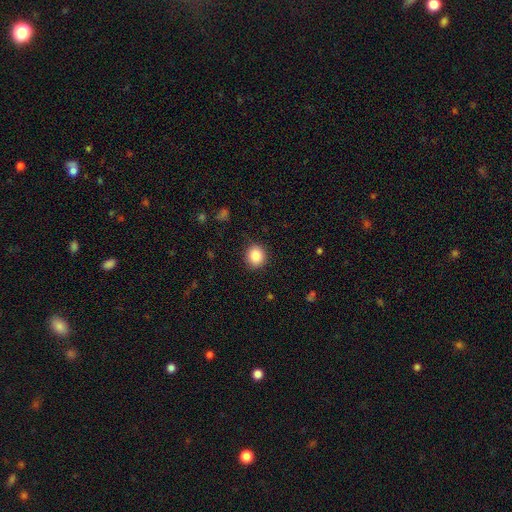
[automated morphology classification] A smooth galaxy with no disk features (86%) that is round (85%).

Vote fractions:
- Smooth or featured? smooth: 86% / star or artifact: 9% / featured or disk: 5%
- How rounded? round: 85% / in between: 14% / cigar-shaped: 1%
- Merging? none: 90% / minor disturbance: 7% / major disturbance: 2% / merger: 1%